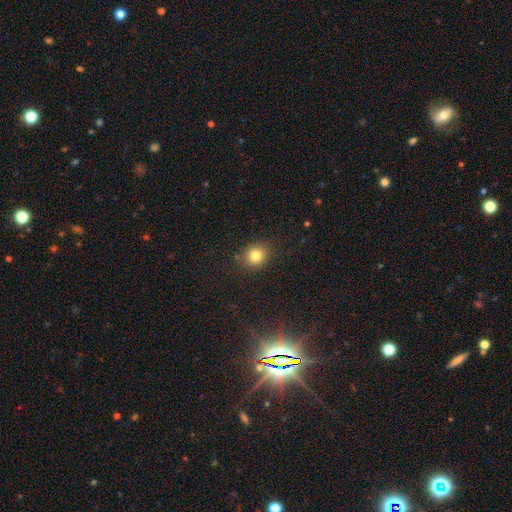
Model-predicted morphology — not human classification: Q: Smooth or featured?
A: smooth (82%); runner-up: star or artifact (12%)
Q: How rounded?
A: round (78%); runner-up: in between (21%)
Q: Merging?
A: none (85%); runner-up: minor disturbance (10%)